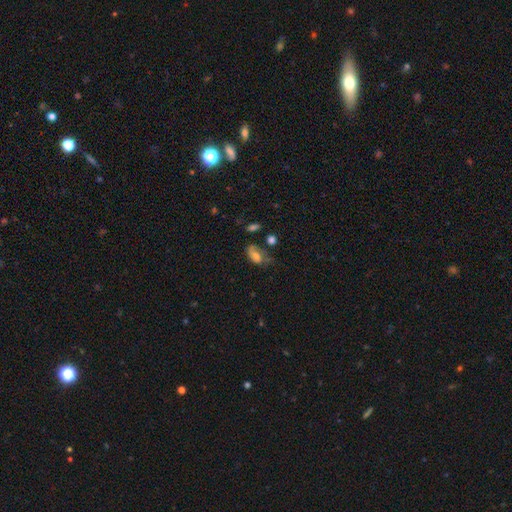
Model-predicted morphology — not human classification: Smooth or featured: smooth — 66% (featured or disk — 24%)
How rounded: in between — 89% (round — 7%)
Merging: none — 35% (minor disturbance — 34%)